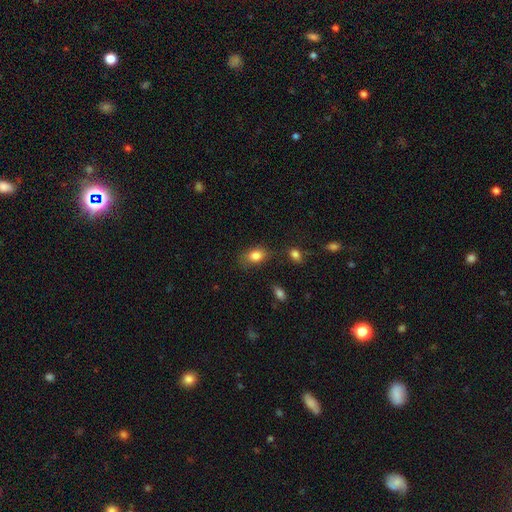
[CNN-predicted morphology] This is clearly a smooth galaxy (83%). How rounded: clearly in between (81%). Merging: likely none (70%).